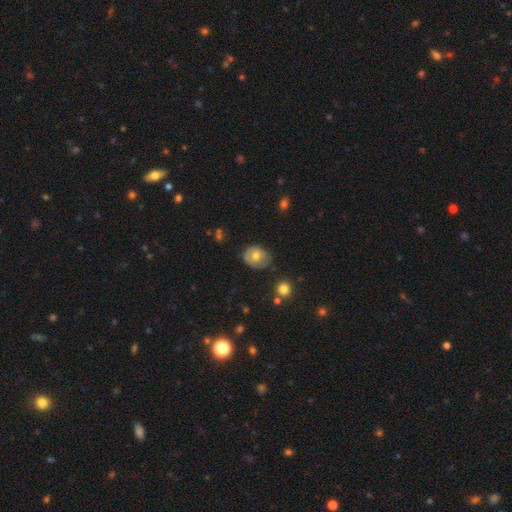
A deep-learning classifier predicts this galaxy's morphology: smooth_or_featured: smooth (p=0.61) [alt: featured or disk p=0.31]
how_rounded: round (p=0.52) [alt: in between p=0.47]
merging: none (p=0.65) [alt: minor disturbance p=0.27]